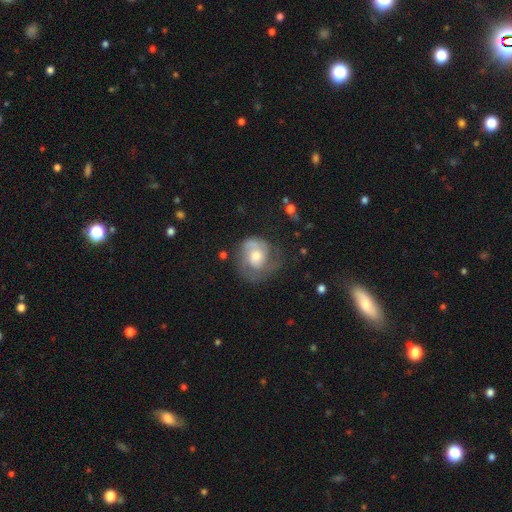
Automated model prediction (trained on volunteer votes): The model was most divided on "spiral winding": tight: 47%, medium: 38%, loose: 15%. Remaining: edge-on disk — no (98%); spiral arms — yes (88%); bar — no (70%); smooth or featured — featured or disk (68%); bulge size — moderate (60%); merging — none (58%); spiral arm count — 2 (49%).